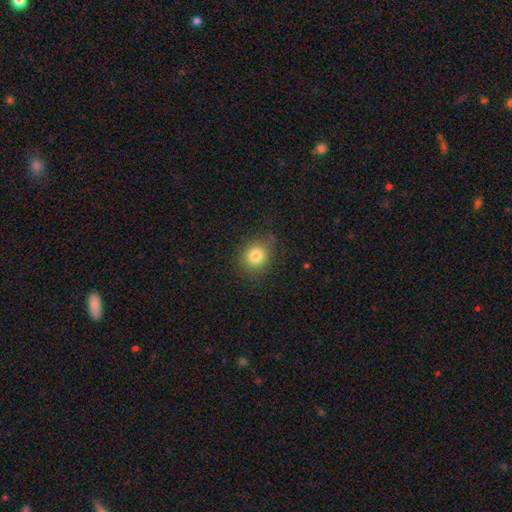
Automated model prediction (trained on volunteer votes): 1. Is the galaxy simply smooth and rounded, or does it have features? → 81% smooth, 11% star or artifact, 8% featured or disk.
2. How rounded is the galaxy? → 74% round, 25% in between, 1% cigar-shaped.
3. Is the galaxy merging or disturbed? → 80% none, 15% minor disturbance, 4% major disturbance, 1% merger.